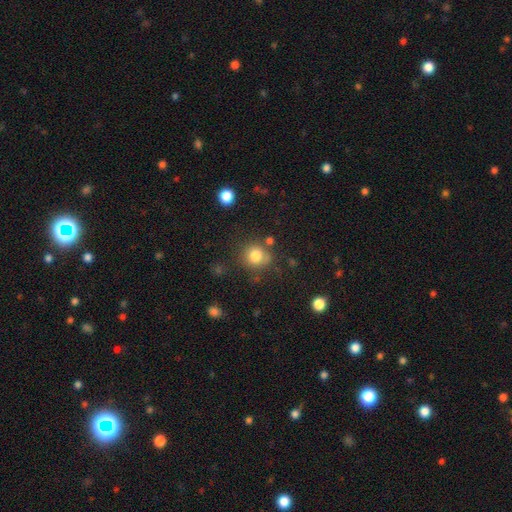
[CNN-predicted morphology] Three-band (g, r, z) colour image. It shows a smooth galaxy with no disk features (80%) that is round (85%). Merging: none (73%).